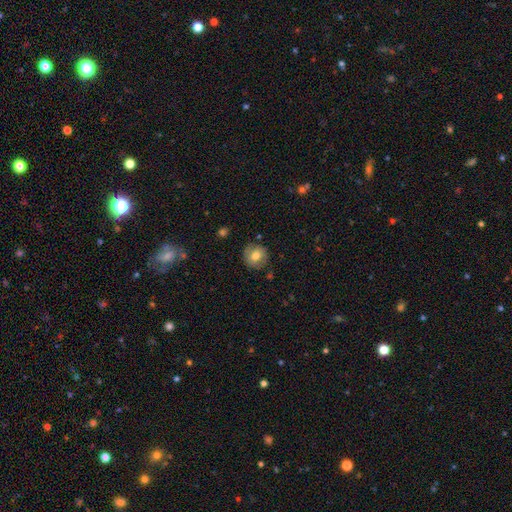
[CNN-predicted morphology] Smooth or featured?
  - smooth: 72% *
  - featured or disk: 20%
  - star or artifact: 9%
How rounded?
  - round: 91% *
  - in between: 8%
  - cigar-shaped: 1%
Merging?
  - none: 83% *
  - minor disturbance: 12%
  - major disturbance: 3%
  - merger: 2%